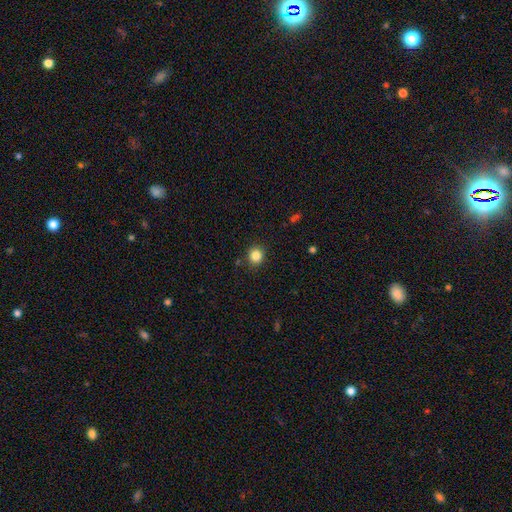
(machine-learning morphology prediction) This appears to be a smooth galaxy with no disk features (84%) that is round (87%). Merging: none (89%).